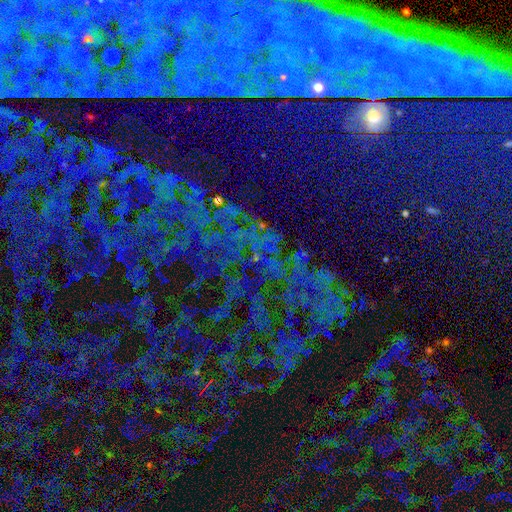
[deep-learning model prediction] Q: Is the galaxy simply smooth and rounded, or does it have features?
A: star or artifact — 82%.